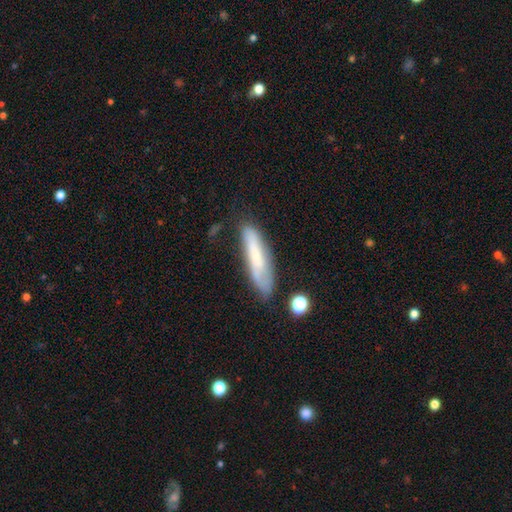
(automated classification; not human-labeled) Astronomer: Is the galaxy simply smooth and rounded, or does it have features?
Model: smooth — 51% (runner-up: featured or disk, 42%).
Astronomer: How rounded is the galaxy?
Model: cigar-shaped — 75%.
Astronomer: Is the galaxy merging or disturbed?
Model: none — 66%.